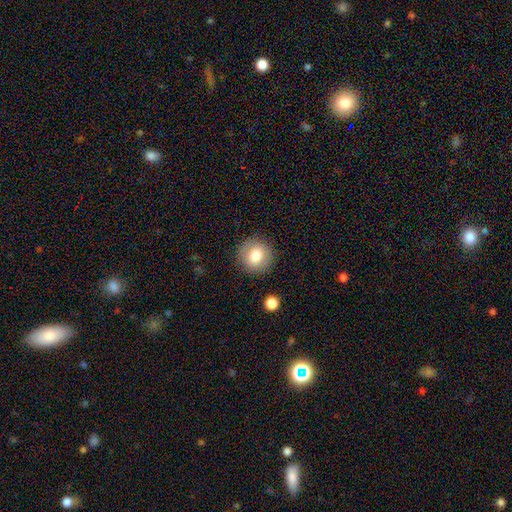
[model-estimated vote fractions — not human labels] Smooth or featured? Predicted: smooth (p=0.79). How rounded? Predicted: round (p=0.92). Merging? Predicted: none (p=0.88).